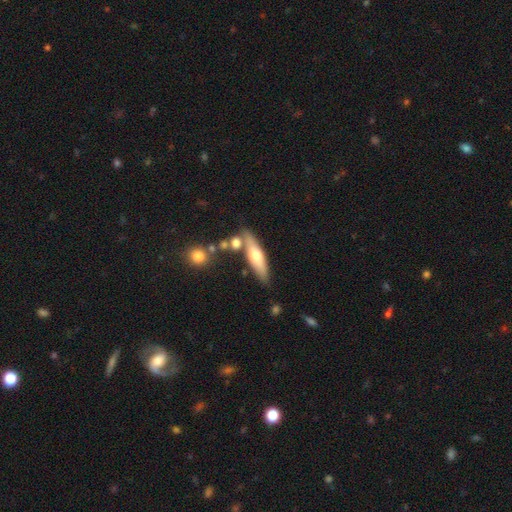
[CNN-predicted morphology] Smooth or featured? smooth (53%)
How rounded? cigar-shaped (65%)
Merging? none (70%)